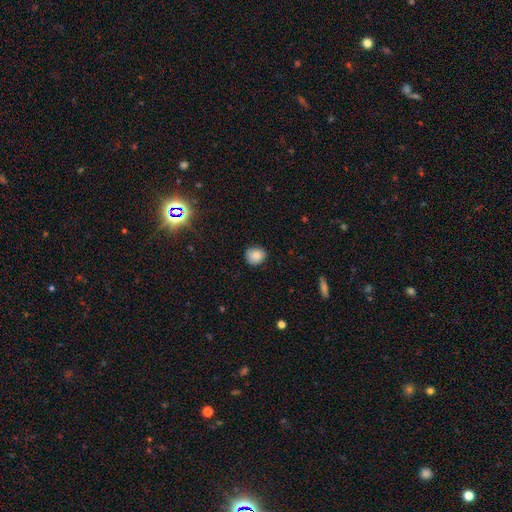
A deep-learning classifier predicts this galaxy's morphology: A smooth galaxy with no disk features (84%) that is round (78%). Merging: none (80%).